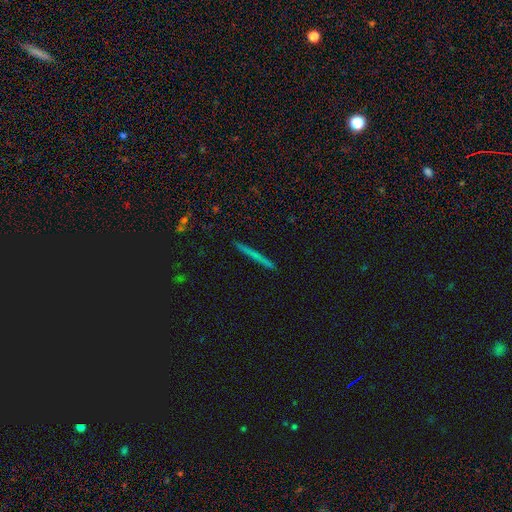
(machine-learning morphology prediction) This appears to be a smooth galaxy with no disk features (56%) that is cigar-shaped (96%). Merging: none (91%).